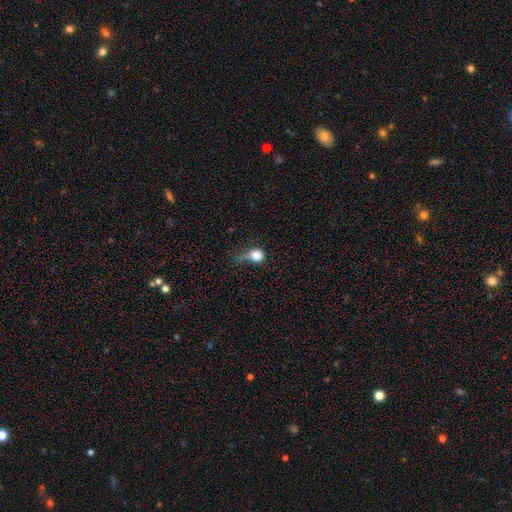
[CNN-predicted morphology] This is likely a smooth galaxy (79%). How rounded: likely round (73%). Merging: marginally major disturbance (36%).